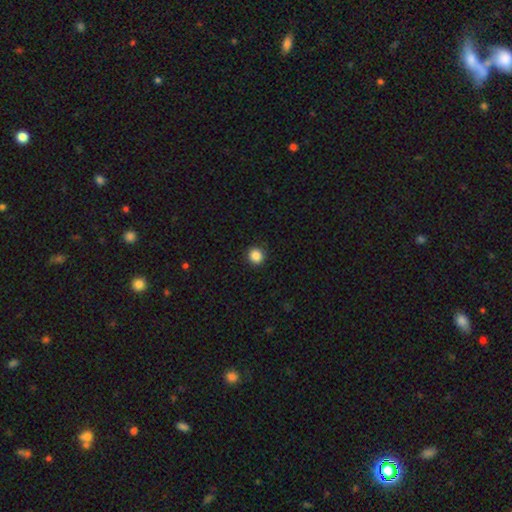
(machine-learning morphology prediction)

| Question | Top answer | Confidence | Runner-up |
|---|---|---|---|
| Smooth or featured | smooth | 87% | star or artifact (10%) |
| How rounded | round | 91% | in between (8%) |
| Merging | none | 92% | minor disturbance (5%) |